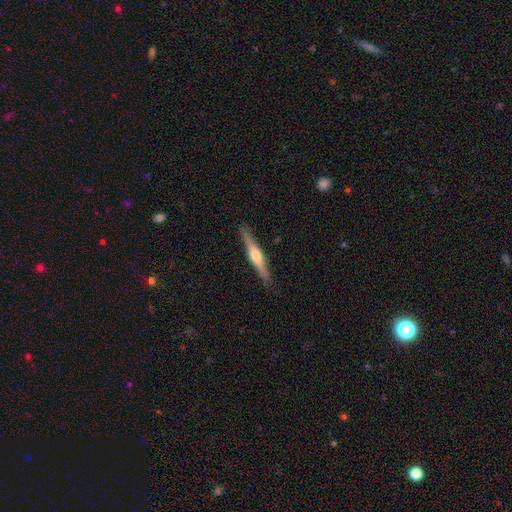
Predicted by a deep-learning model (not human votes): This appears to be a featured or disk galaxy (69%) viewed edge-on (98%) with a rounded central bulge (85%). Merging: none (90%).